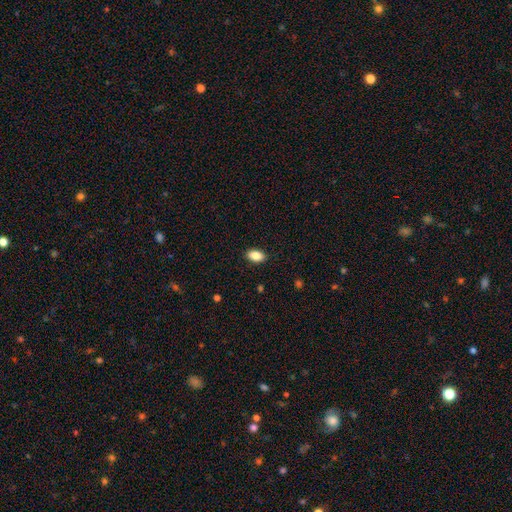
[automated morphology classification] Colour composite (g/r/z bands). It shows a smooth galaxy with no disk features (86%) that is in between round and cigar-shaped (92%). Merging: none (89%).